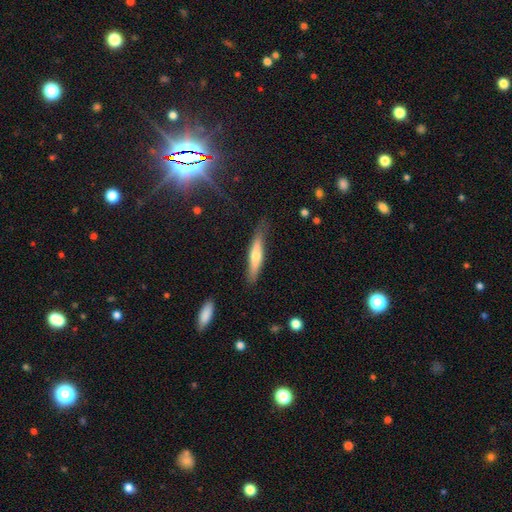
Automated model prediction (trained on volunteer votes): Smooth or featured?
  - smooth: 56% *
  - featured or disk: 38%
  - star or artifact: 6%
How rounded?
  - cigar-shaped: 85% *
  - in between: 13%
  - round: 2%
Merging?
  - none: 76% *
  - minor disturbance: 19%
  - major disturbance: 4%
  - merger: 2%